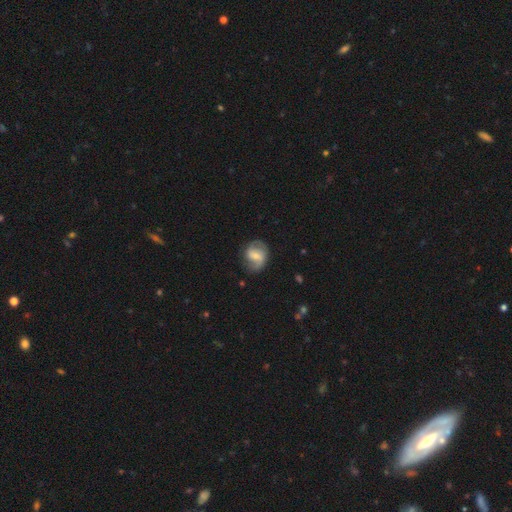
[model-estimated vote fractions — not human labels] smooth_or_featured: featured or disk (p=0.70) [alt: smooth p=0.24]
disk_edge_on: no (p=0.97) [alt: yes p=0.03]
bar: weak (p=0.51) [alt: no p=0.25]
has_spiral_arms: yes (p=0.89) [alt: no p=0.11]
spiral_winding: medium (p=0.47) [alt: loose p=0.30]
spiral_arm_count: 2 (p=0.83) [alt: can't tell p=0.08]
bulge_size: small (p=0.48) [alt: moderate p=0.43]
merging: none (p=0.71) [alt: minor disturbance p=0.19]